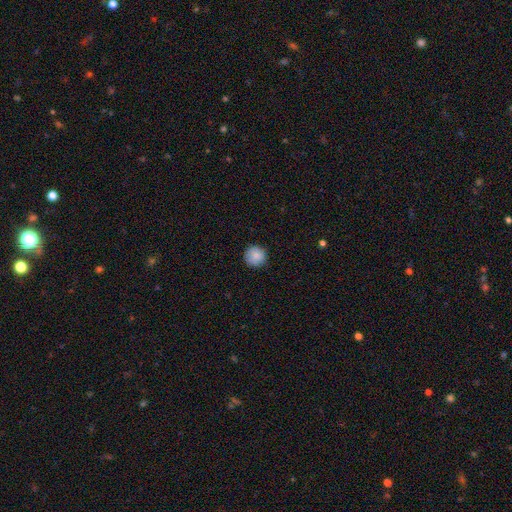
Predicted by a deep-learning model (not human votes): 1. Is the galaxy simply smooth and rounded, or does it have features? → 87% smooth, 8% star or artifact, 5% featured or disk.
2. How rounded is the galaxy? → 95% round, 4% in between, 1% cigar-shaped.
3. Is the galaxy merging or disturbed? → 87% none, 10% minor disturbance, 2% major disturbance, 1% merger.